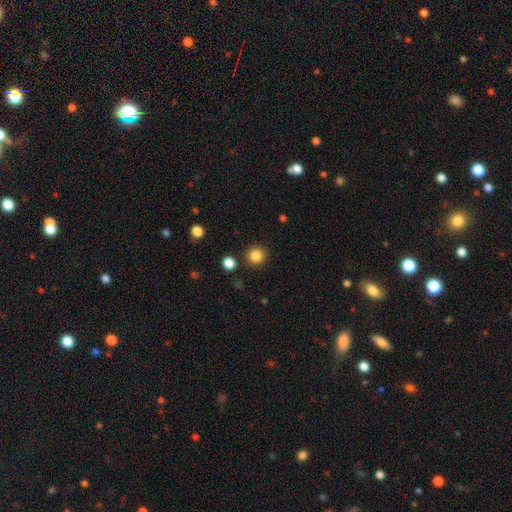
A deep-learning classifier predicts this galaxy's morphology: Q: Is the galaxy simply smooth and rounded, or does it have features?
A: smooth — 85%.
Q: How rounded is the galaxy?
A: round — 94%.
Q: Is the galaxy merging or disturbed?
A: none — 90%.